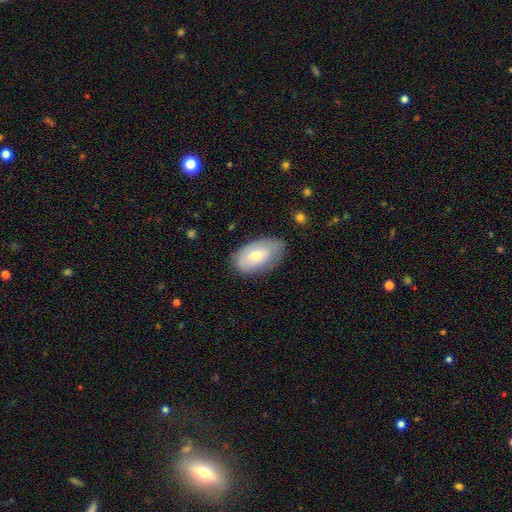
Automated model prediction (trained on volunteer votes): Smooth or featured? Predicted: smooth (p=0.62). How rounded? Predicted: in between (p=0.93). Merging? Predicted: none (p=0.73).